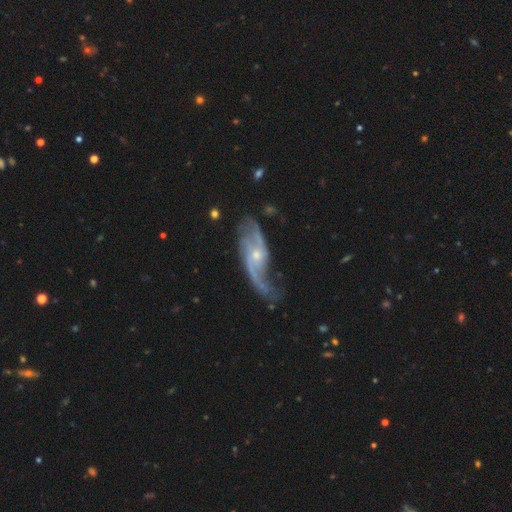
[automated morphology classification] Overall: featured or disk (86%). Edge-on disk: no (92%). Bar: no (60%; weak 33%). Spiral arms: yes (95%). Spiral arm count: 2 (74%). Spiral winding: loose (55%; medium 33%). Bulge size: small (62%; moderate 34%). Merging: none (55%; minor disturbance 24%).